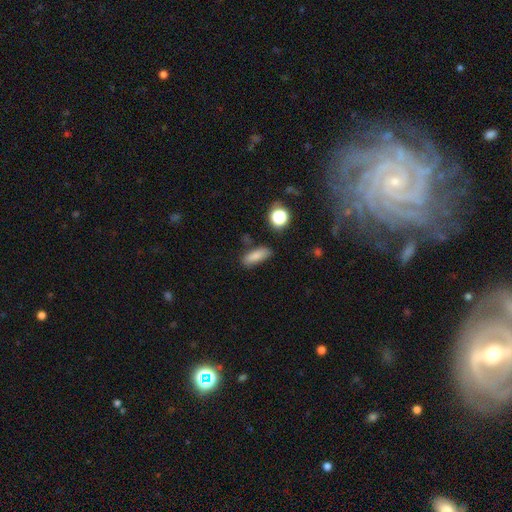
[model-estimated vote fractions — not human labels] smooth 82%, star or artifact 10%, featured or disk 8%. Down the decision tree: how rounded — in between (64%); merging — none (78%).